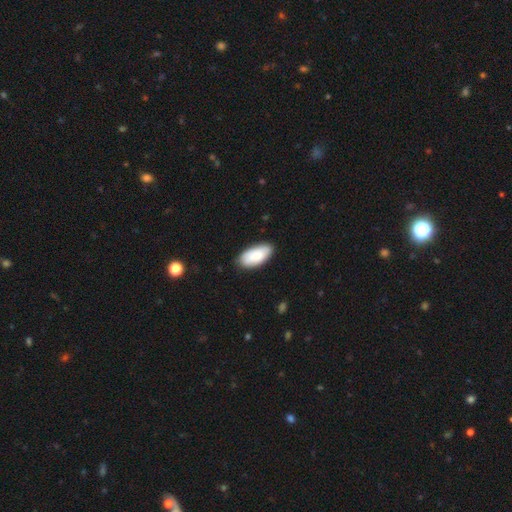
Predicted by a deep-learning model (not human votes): Overall: smooth (84%). How rounded: in between (93%). Merging: none (83%).